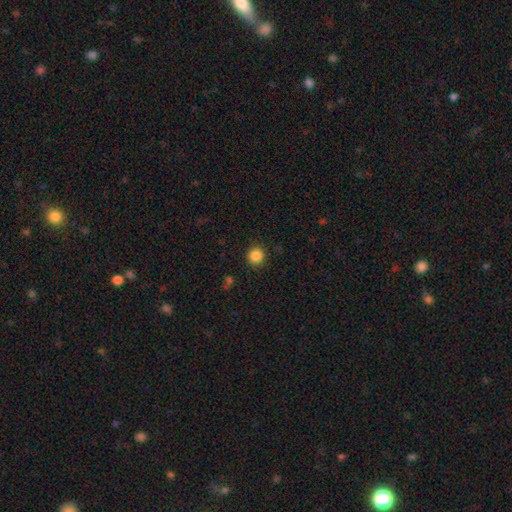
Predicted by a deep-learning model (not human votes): Smooth or featured? Predicted: smooth (p=0.86). How rounded? Predicted: round (p=0.93). Merging? Predicted: none (p=0.90).